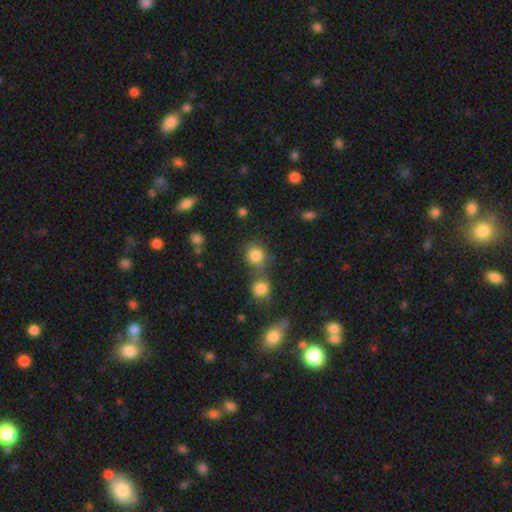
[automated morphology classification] A smooth galaxy with no disk features (81%) that is round (85%).

Vote fractions:
- Smooth or featured? smooth: 81% / star or artifact: 13% / featured or disk: 6%
- How rounded? round: 85% / in between: 14% / cigar-shaped: 1%
- Merging? none: 57% / merger: 27% / minor disturbance: 11% / major disturbance: 5%